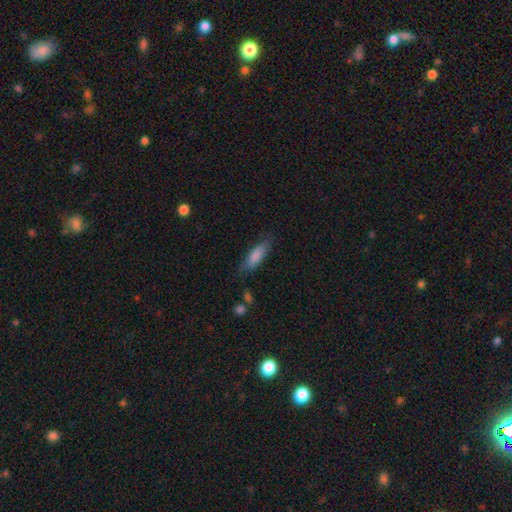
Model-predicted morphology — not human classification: A smooth galaxy with no disk features (83%) that is cigar-shaped (50%).

Vote fractions:
- Smooth or featured? smooth: 83% / featured or disk: 10% / star or artifact: 6%
- How rounded? cigar-shaped: 50% / in between: 49% / round: 2%
- Merging? none: 76% / minor disturbance: 17% / major disturbance: 4% / merger: 2%